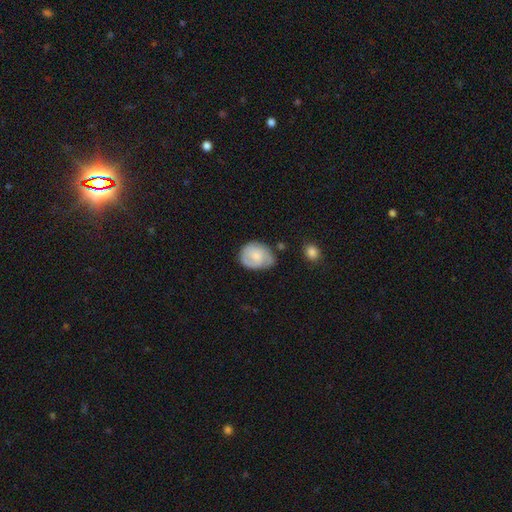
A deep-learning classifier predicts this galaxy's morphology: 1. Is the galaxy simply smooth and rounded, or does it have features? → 63% smooth, 31% featured or disk, 7% star or artifact.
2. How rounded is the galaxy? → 51% round, 48% in between, 1% cigar-shaped.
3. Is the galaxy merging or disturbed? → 51% none, 34% minor disturbance, 10% major disturbance, 5% merger.